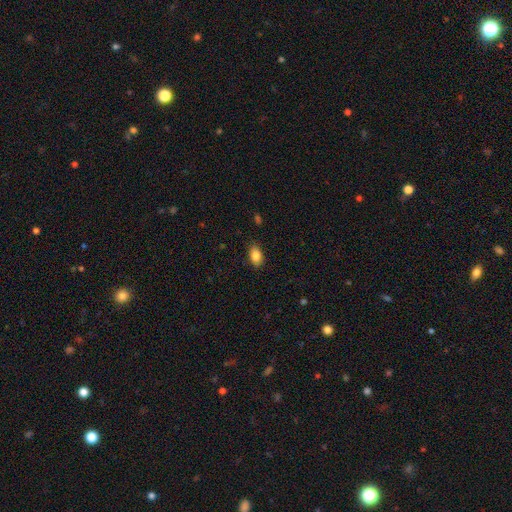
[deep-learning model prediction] This is clearly a smooth galaxy (86%). How rounded: clearly in between (87%). Merging: clearly none (85%).